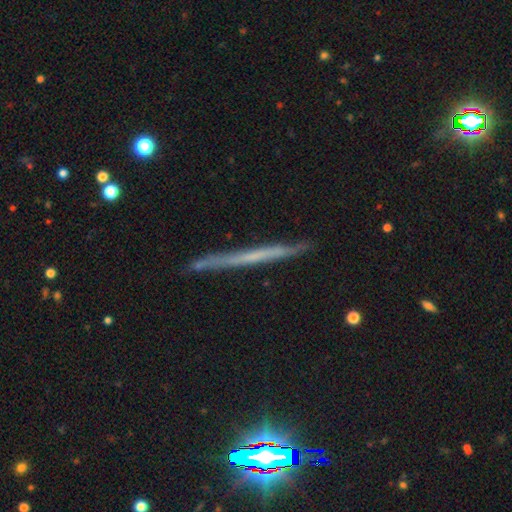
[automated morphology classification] Overall: featured or disk (53%; smooth 36%). Edge-on disk: yes (96%). Edge-on bulge: none (90%). Merging: none (86%).